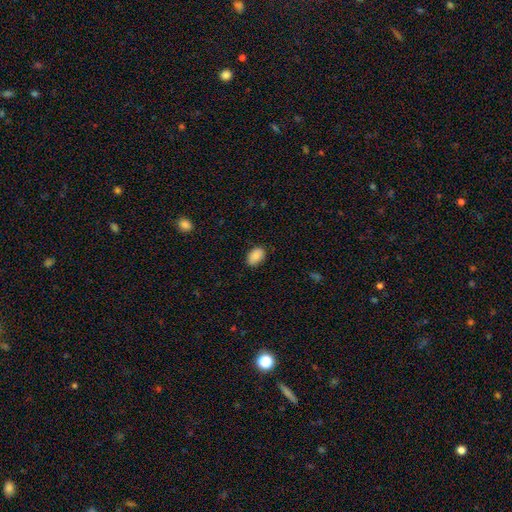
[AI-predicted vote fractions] Smooth or featured?
  - smooth: 88% *
  - star or artifact: 7%
  - featured or disk: 4%
How rounded?
  - in between: 89% *
  - round: 10%
  - cigar-shaped: 1%
Merging?
  - none: 83% *
  - minor disturbance: 14%
  - major disturbance: 3%
  - merger: 1%